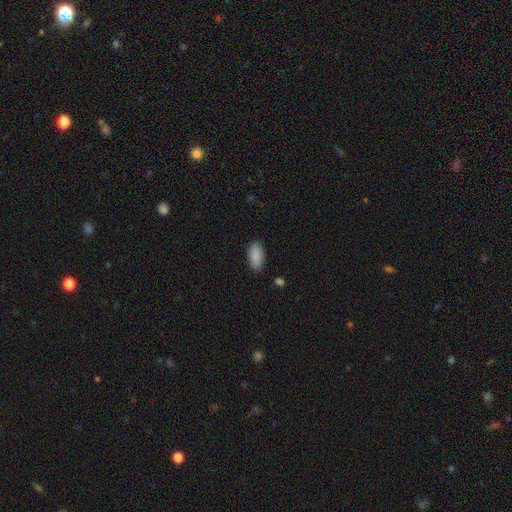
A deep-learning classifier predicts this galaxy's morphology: Smooth or featured?
  - smooth: 90% *
  - star or artifact: 7%
  - featured or disk: 3%
How rounded?
  - in between: 93% *
  - cigar-shaped: 5%
  - round: 2%
Merging?
  - none: 87% *
  - minor disturbance: 10%
  - major disturbance: 2%
  - merger: 1%